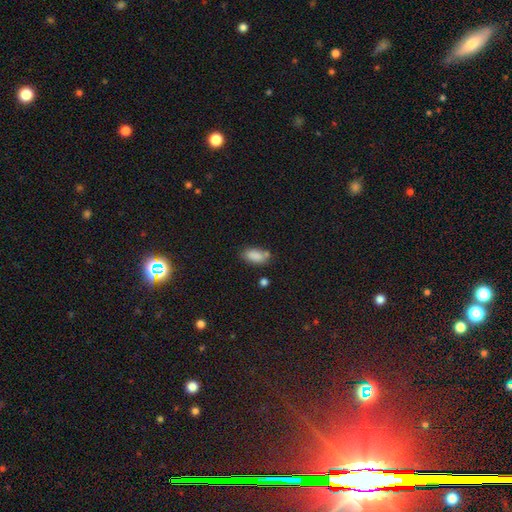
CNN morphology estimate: A smooth galaxy with no disk features (86%) that is in between round and cigar-shaped (89%). Merging: none (64%).